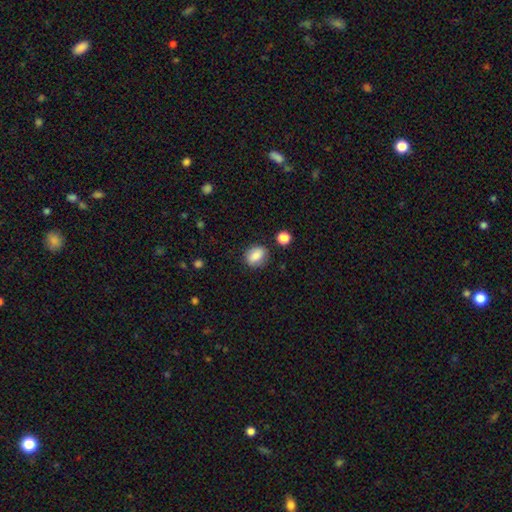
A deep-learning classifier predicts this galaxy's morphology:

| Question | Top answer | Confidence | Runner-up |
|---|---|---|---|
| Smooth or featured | smooth | 83% | star or artifact (9%) |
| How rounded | in between | 61% | round (37%) |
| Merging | none | 79% | minor disturbance (14%) |